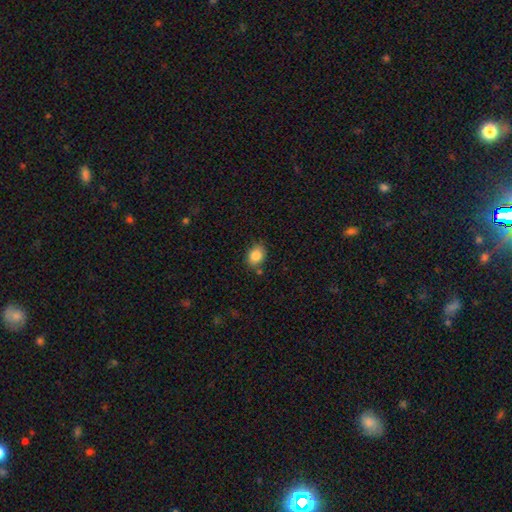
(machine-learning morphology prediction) The model was most divided on "how rounded": in between: 57%, round: 42%, cigar-shaped: 1%. More confident: smooth or featured — smooth (85%); merging — none (77%).